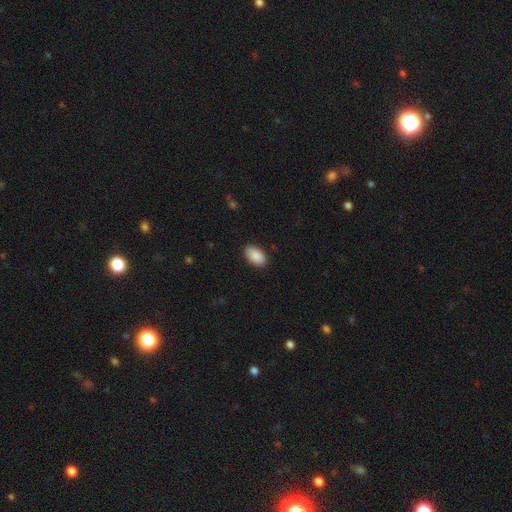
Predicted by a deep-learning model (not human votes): A smooth galaxy with no disk features (90%) that is in between round and cigar-shaped (94%). Merging: none (89%).